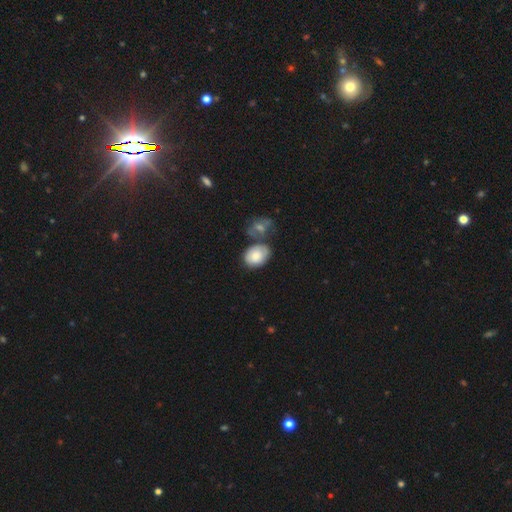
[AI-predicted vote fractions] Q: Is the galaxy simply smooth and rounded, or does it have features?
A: smooth — 70%.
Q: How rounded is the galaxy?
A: in between — 67%.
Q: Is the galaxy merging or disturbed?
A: none — 46%.